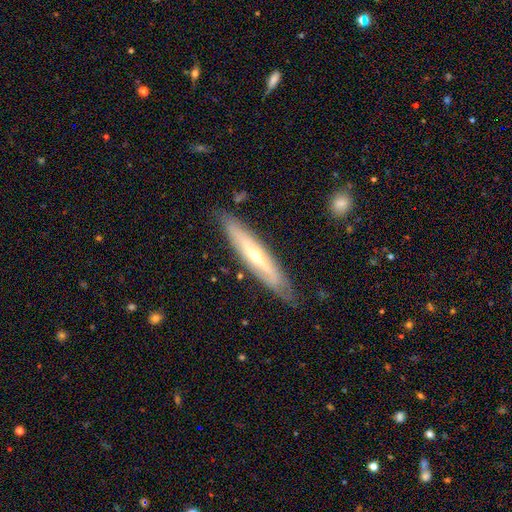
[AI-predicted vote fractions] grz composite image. It shows a featured or disk galaxy (69%) viewed edge-on (66%). Merging: none (81%).